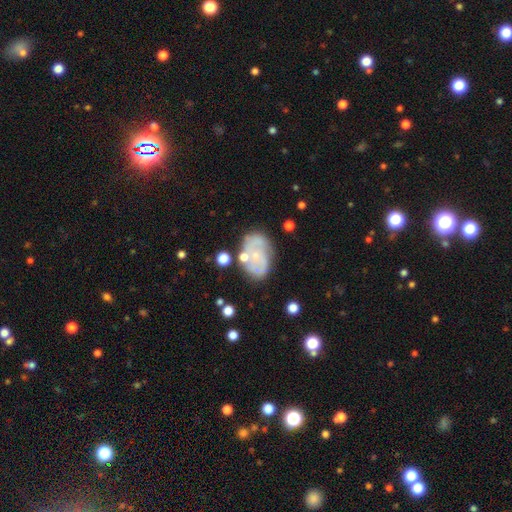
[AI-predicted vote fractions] smooth_or_featured: featured or disk (p=0.65) [alt: smooth p=0.26]
disk_edge_on: no (p=0.97) [alt: yes p=0.03]
bar: no (p=0.73) [alt: weak p=0.22]
has_spiral_arms: yes (p=0.73) [alt: no p=0.27]
bulge_size: small (p=0.65) [alt: moderate p=0.19]
merging: none (p=0.61) [alt: minor disturbance p=0.21]